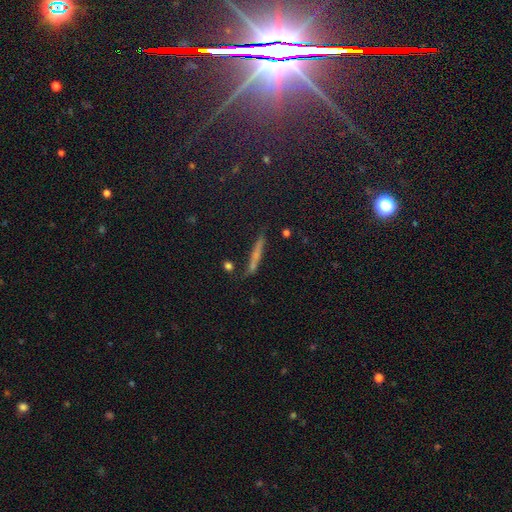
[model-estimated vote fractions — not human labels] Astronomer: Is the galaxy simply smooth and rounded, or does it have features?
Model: smooth — 52% (runner-up: featured or disk, 31%).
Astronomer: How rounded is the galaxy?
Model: cigar-shaped — 91%.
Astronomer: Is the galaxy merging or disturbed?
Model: none — 78%.